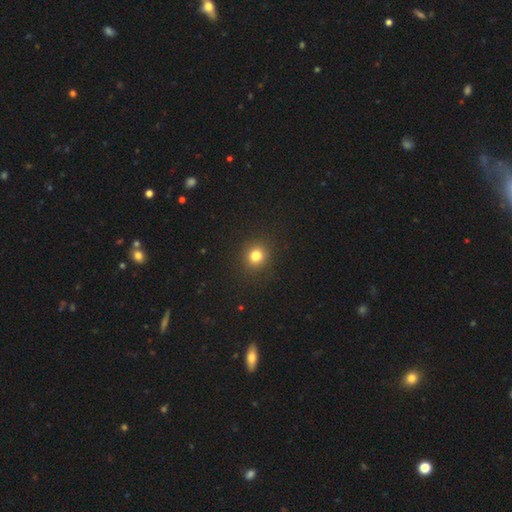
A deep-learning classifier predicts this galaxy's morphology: Smooth or featured? smooth (80%)
How rounded? round (87%)
Merging? none (91%)